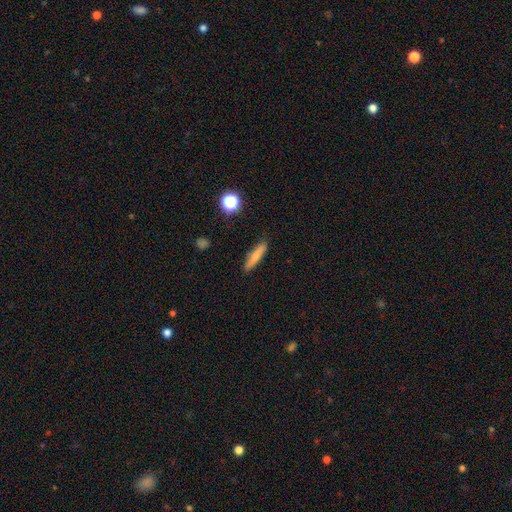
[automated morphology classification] This appears to be a smooth galaxy with no disk features (66%) that is cigar-shaped (81%). Merging: none (86%).